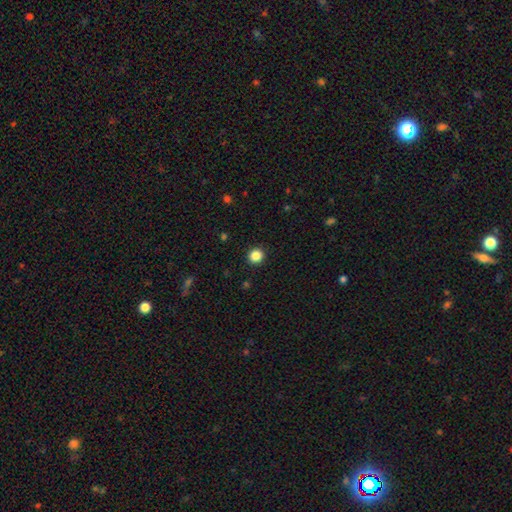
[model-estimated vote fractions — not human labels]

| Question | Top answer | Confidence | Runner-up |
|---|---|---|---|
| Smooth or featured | smooth | 85% | star or artifact (11%) |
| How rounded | round | 92% | in between (7%) |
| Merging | none | 93% | minor disturbance (5%) |